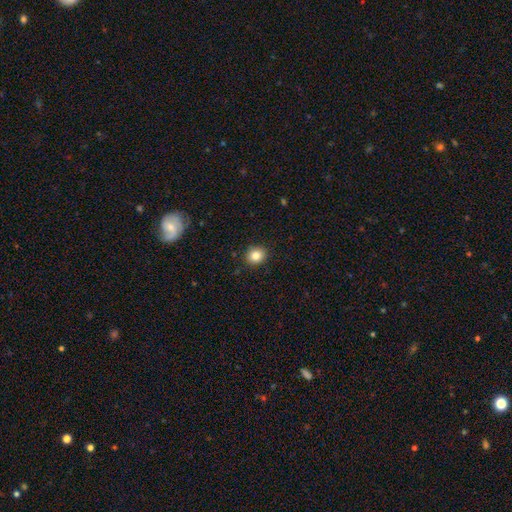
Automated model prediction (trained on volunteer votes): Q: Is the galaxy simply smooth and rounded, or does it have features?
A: smooth — 84%.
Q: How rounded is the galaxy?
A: round — 77%.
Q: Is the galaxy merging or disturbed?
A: none — 91%.